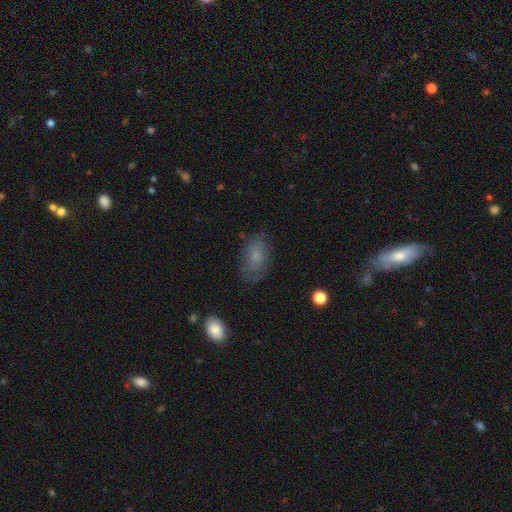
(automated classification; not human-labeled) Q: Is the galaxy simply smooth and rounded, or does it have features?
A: smooth — 68%.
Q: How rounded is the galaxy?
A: in between — 90%.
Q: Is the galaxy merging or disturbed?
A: none — 69%.